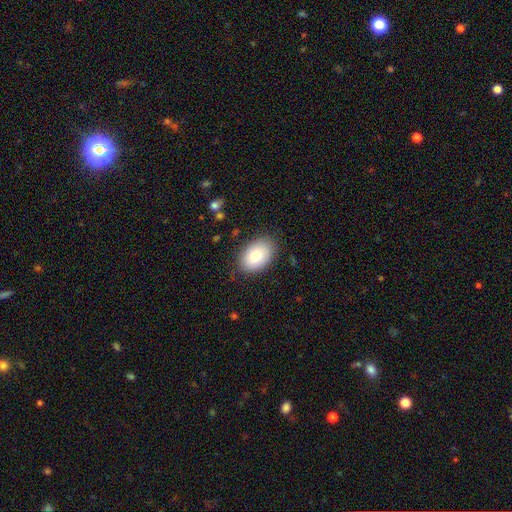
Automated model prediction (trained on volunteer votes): Q: Smooth or featured?
A: smooth (79%); runner-up: featured or disk (13%)
Q: How rounded?
A: in between (87%); runner-up: round (12%)
Q: Merging?
A: none (84%); runner-up: minor disturbance (12%)